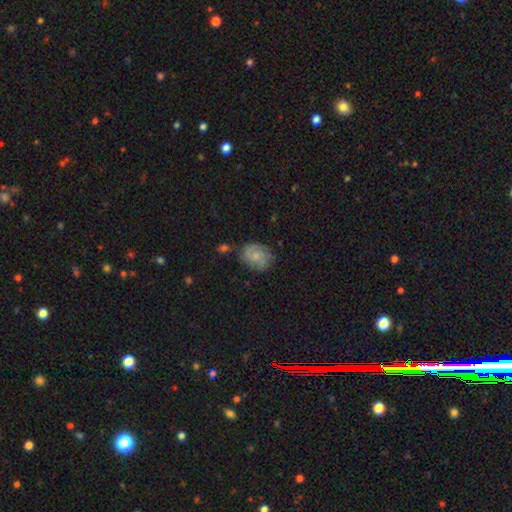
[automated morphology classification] smooth-or-featured: smooth: 52% | featured or disk: 40% | star or artifact: 8%
  how-rounded: in between: 51% | round: 48% | cigar-shaped: 1%
  merging: none: 66% | minor disturbance: 24% | major disturbance: 7% | merger: 4%